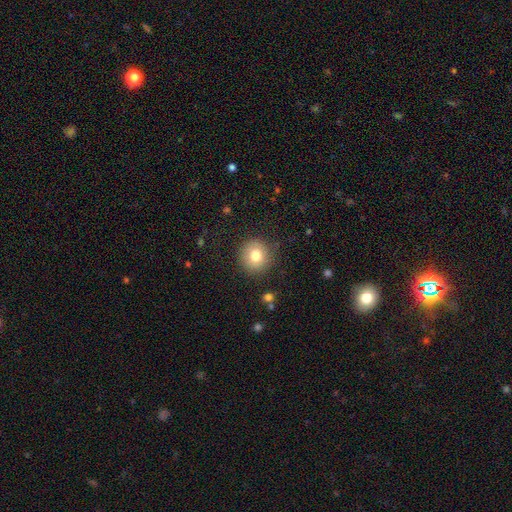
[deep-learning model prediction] smooth-or-featured: smooth: 79% | featured or disk: 11% | star or artifact: 10%
  how-rounded: round: 91% | in between: 8% | cigar-shaped: 1%
  merging: none: 87% | minor disturbance: 9% | major disturbance: 3% | merger: 1%